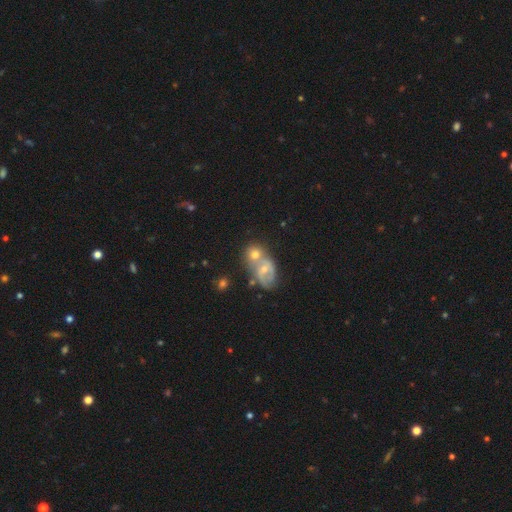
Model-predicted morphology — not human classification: The model was most divided on "merging": merger: 47%, none: 37%, minor disturbance: 11%, major disturbance: 5%. More confident: edge-on disk — no (95%); smooth or featured — featured or disk (51%).